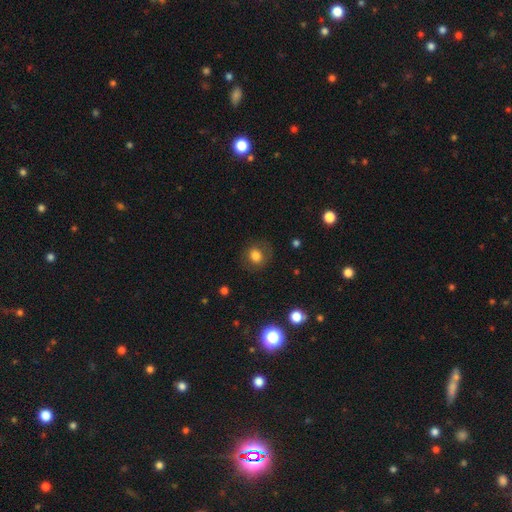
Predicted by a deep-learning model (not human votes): Smooth or featured: smooth — 75% (featured or disk — 14%)
How rounded: round — 75% (in between — 24%)
Merging: none — 80% (minor disturbance — 12%)